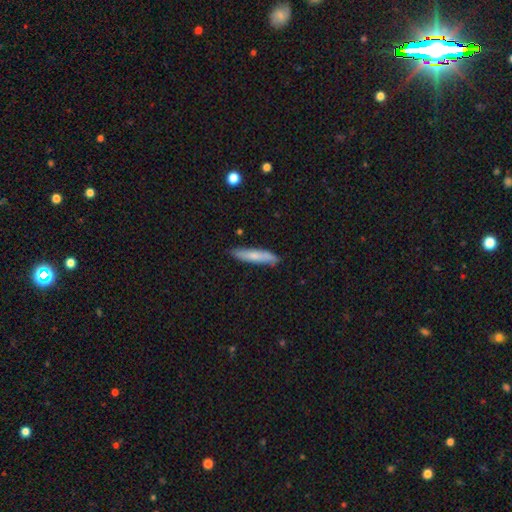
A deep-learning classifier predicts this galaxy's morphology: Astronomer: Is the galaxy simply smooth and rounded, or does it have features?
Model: smooth — 72%.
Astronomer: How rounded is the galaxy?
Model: cigar-shaped — 86%.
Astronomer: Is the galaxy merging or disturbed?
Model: none — 83%.